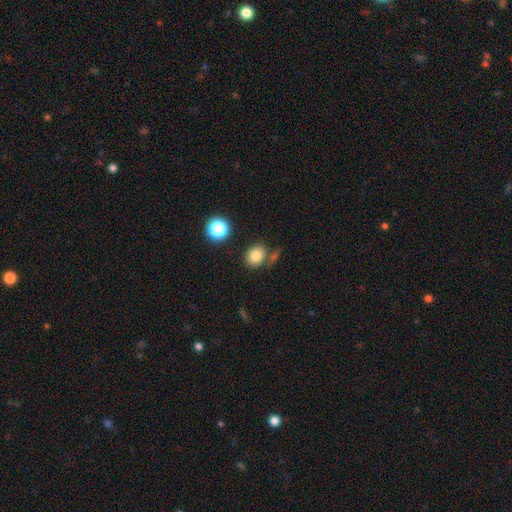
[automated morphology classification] Smooth or featured?
  - smooth: 81% *
  - star or artifact: 12%
  - featured or disk: 8%
How rounded?
  - round: 56% *
  - in between: 43%
  - cigar-shaped: 1%
Merging?
  - none: 70% *
  - minor disturbance: 13%
  - merger: 12%
  - major disturbance: 5%